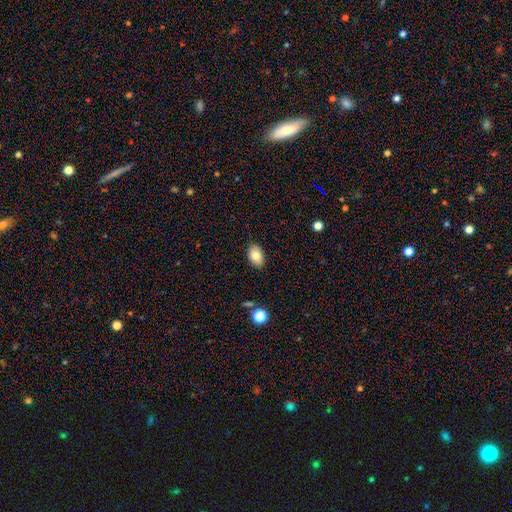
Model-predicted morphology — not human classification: This appears to be a smooth galaxy with no disk features (82%) that is in between round and cigar-shaped (87%). Merging: none (86%).